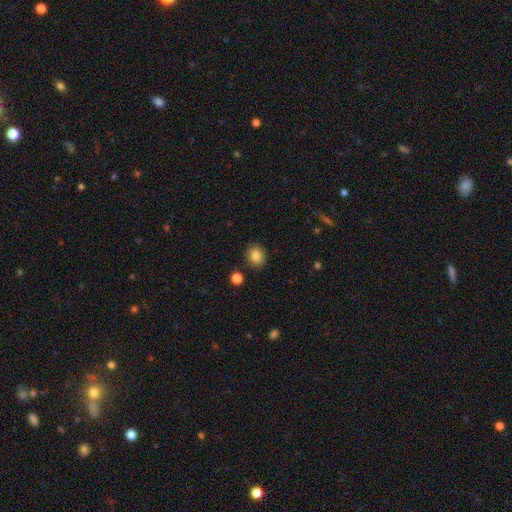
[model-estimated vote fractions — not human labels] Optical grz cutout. It shows a smooth galaxy with no disk features (84%) that is round (76%). Merging: none (87%).